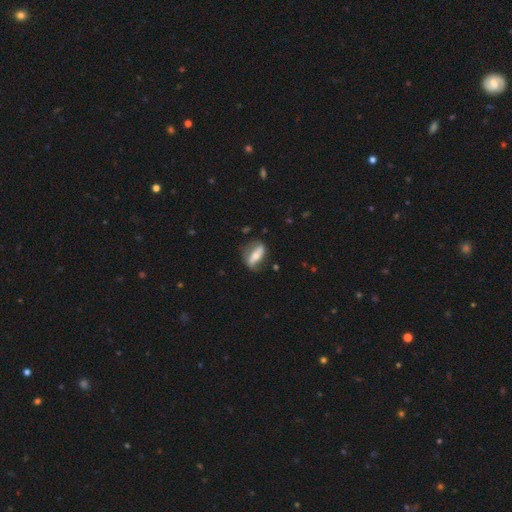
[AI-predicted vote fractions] Morphology: type=featured or disk (59%); edge-on=no (75%); merging=none (63%).